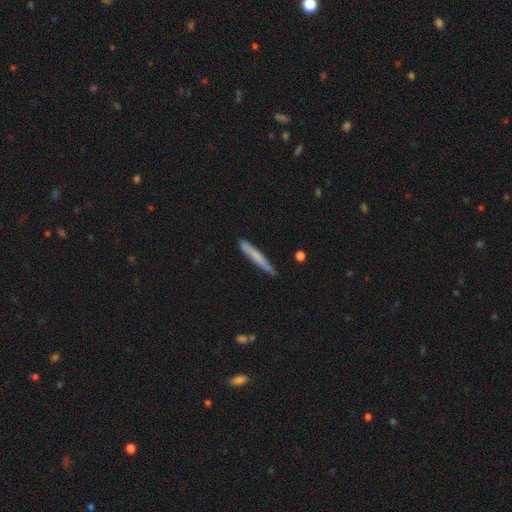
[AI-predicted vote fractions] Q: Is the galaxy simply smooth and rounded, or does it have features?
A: smooth — 67%.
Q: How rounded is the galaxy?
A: cigar-shaped — 96%.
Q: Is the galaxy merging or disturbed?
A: none — 82%.